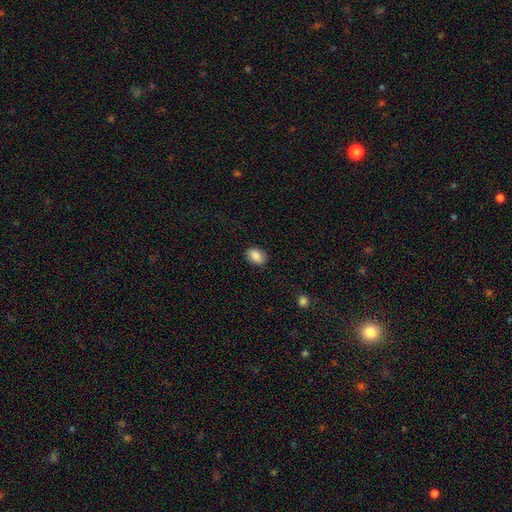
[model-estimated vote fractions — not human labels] smooth-or-featured: smooth: 85% | featured or disk: 8% | star or artifact: 8%
  how-rounded: in between: 79% | round: 19% | cigar-shaped: 1%
  merging: none: 85% | minor disturbance: 11% | major disturbance: 3% | merger: 1%